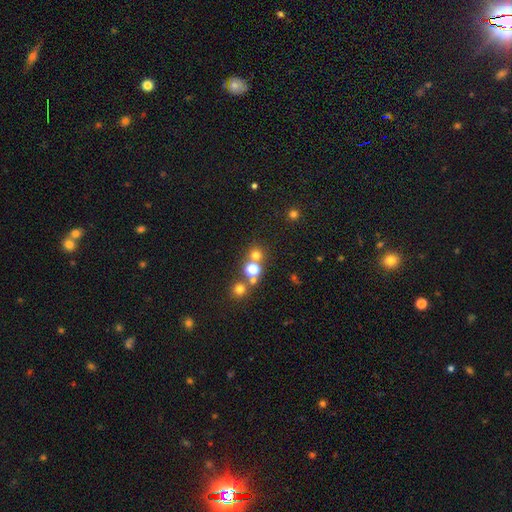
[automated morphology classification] This is likely a smooth galaxy (67%). How rounded: clearly round (90%). Merging: likely none (70%).